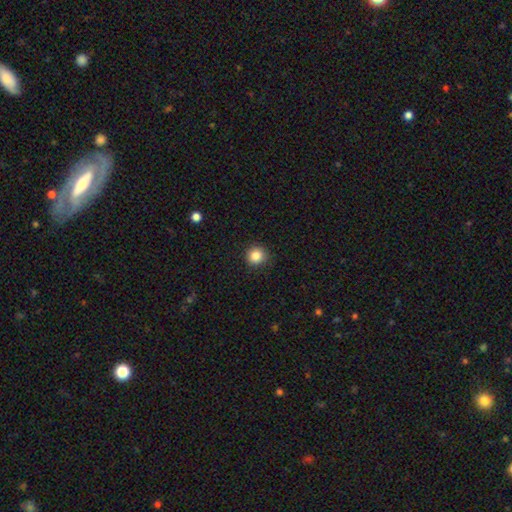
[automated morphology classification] Overall: smooth (85%). How rounded: round (92%). Merging: none (90%).